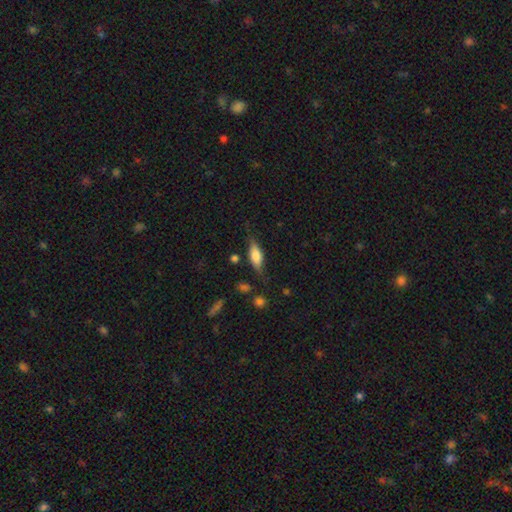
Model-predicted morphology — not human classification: type=smooth (57%); roundness=in between (65%); merging=none (73%).